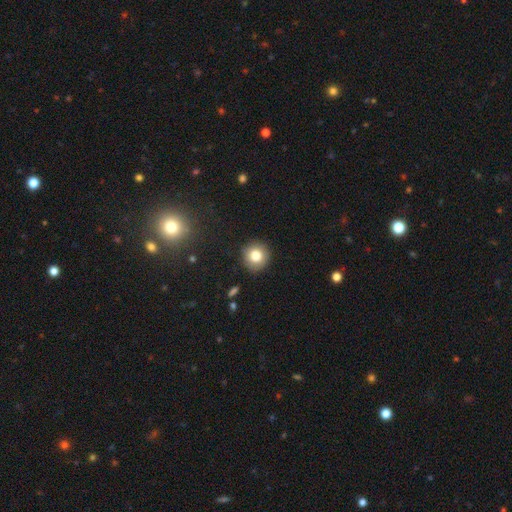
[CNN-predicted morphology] Smooth or featured?
  - smooth: 81% *
  - star or artifact: 10%
  - featured or disk: 8%
How rounded?
  - round: 92% *
  - in between: 7%
  - cigar-shaped: 1%
Merging?
  - none: 89% *
  - minor disturbance: 8%
  - major disturbance: 2%
  - merger: 1%